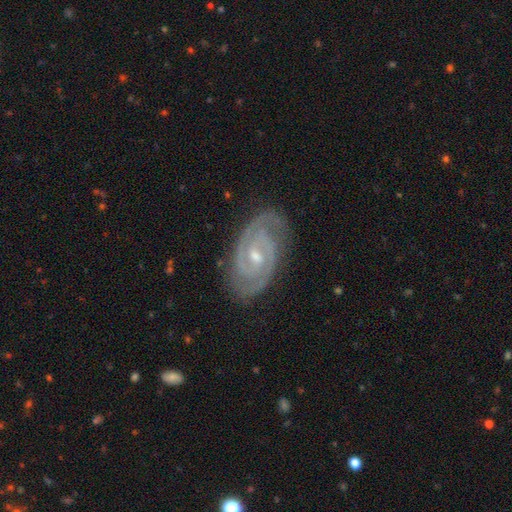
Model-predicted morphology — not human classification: Smooth or featured? Predicted: featured or disk (p=0.92). Edge-on disk? Predicted: no (p=0.97). Bar? Predicted: weak (p=0.45). Spiral arms? Predicted: yes (p=0.99). Spiral winding? Predicted: tight (p=0.70). Spiral arm count? Predicted: 2 (p=0.83). Bulge size? Predicted: small (p=0.51). Merging? Predicted: none (p=0.82).